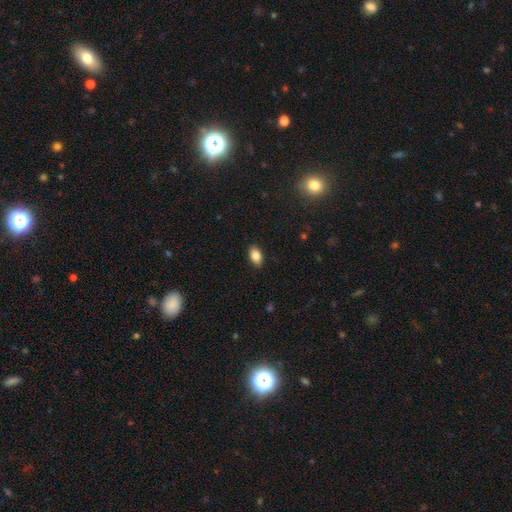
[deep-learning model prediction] Overall: smooth (85%). How rounded: in between (91%). Merging: none (89%).